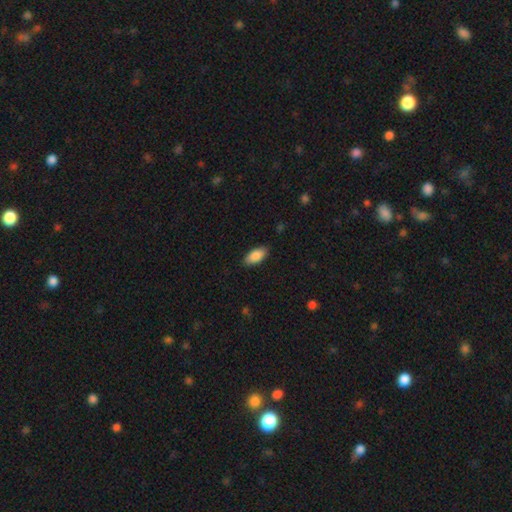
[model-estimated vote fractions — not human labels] A smooth galaxy with no disk features (88%) that is in between round and cigar-shaped (90%).

Vote fractions:
- Smooth or featured? smooth: 88% / featured or disk: 6% / star or artifact: 6%
- How rounded? in between: 90% / cigar-shaped: 7% / round: 2%
- Merging? none: 86% / minor disturbance: 11% / major disturbance: 2% / merger: 1%